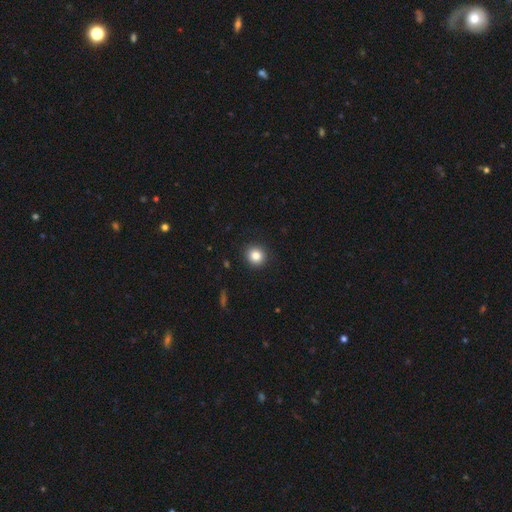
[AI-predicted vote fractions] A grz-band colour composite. It shows a smooth galaxy with no disk features (84%) that is round (89%). Merging: none (91%).